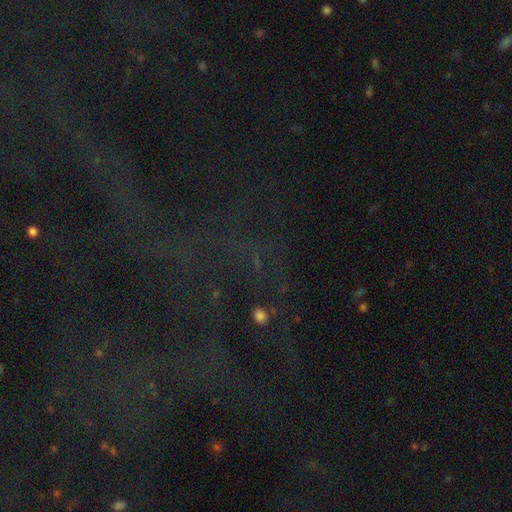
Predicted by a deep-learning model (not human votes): Smooth or featured? Predicted: star or artifact (p=0.77).